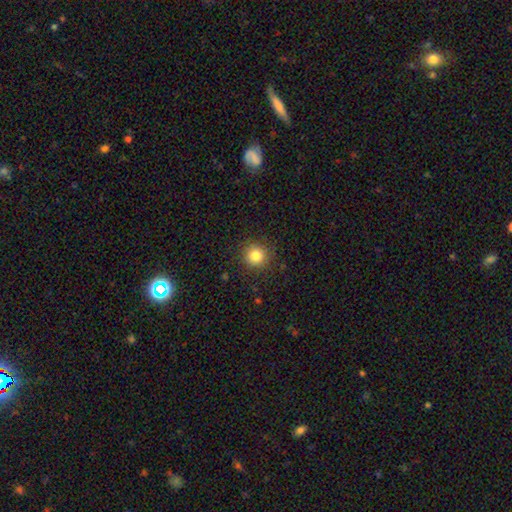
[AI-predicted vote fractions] Morphology: type=smooth (82%); roundness=round (94%); merging=none (89%).